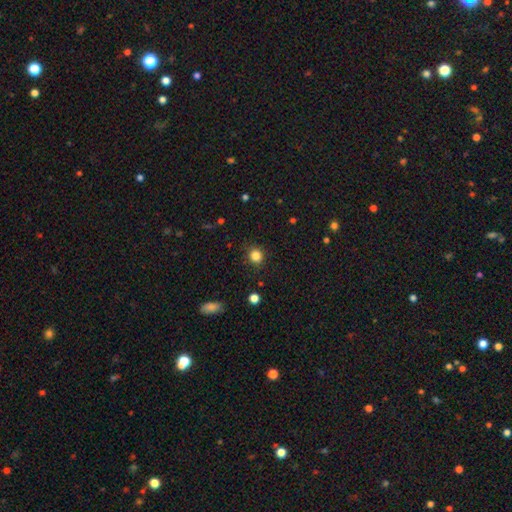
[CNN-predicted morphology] Smooth or featured?
  - smooth: 83% *
  - star or artifact: 13%
  - featured or disk: 4%
How rounded?
  - round: 85% *
  - in between: 14%
  - cigar-shaped: 1%
Merging?
  - none: 88% *
  - minor disturbance: 9%
  - major disturbance: 2%
  - merger: 1%